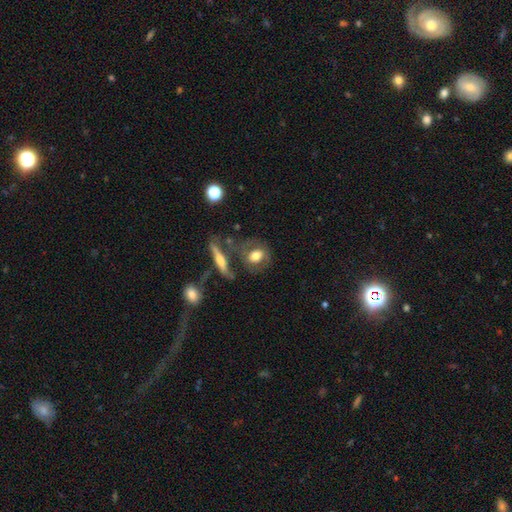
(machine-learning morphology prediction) Smooth or featured? smooth (54%)
How rounded? in between (49%)
Merging? none (54%)